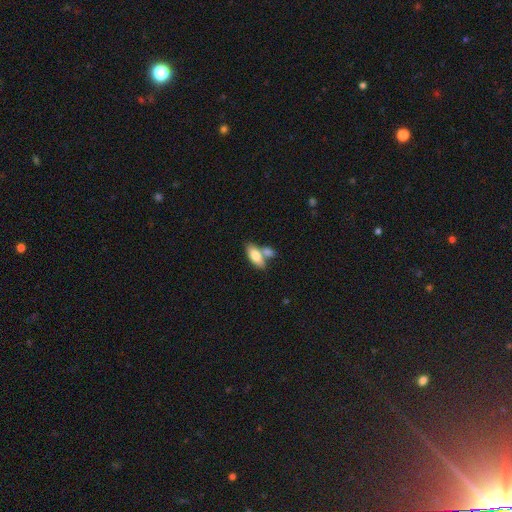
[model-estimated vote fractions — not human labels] smooth 77%, featured or disk 16%, star or artifact 6%. Down the decision tree: how rounded — in between (82%); merging — none (45%).